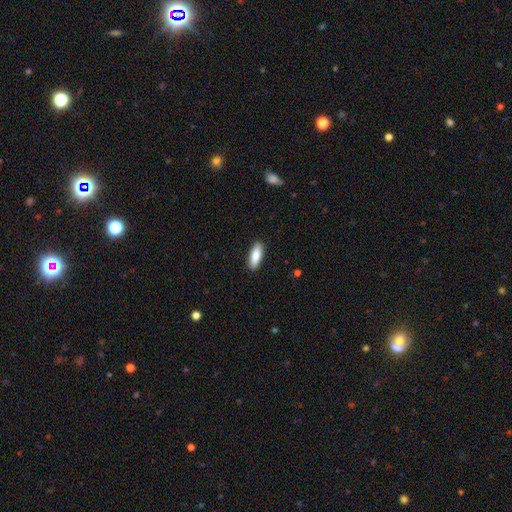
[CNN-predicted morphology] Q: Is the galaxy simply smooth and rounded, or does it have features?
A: smooth — 84%.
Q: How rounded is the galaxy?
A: in between — 65%.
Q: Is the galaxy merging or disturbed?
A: none — 90%.